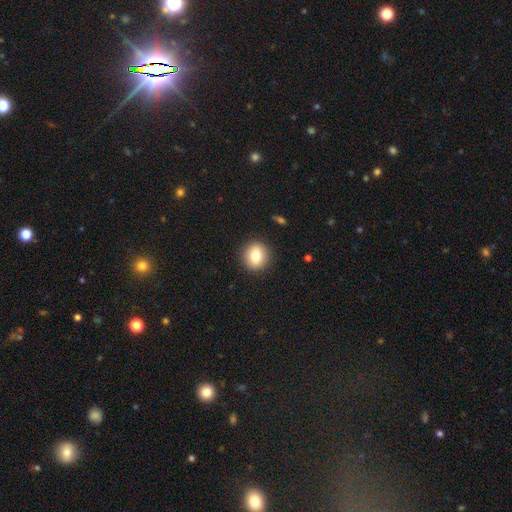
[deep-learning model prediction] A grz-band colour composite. It shows a smooth galaxy with no disk features (81%) that is round (83%). Merging: none (90%).